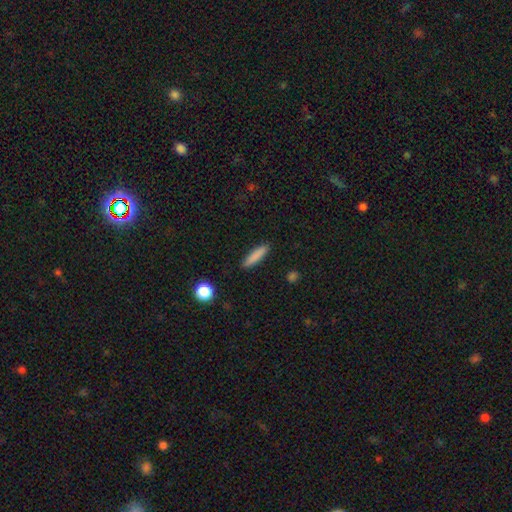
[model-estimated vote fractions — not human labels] Smooth or featured? smooth (84%)
How rounded? cigar-shaped (83%)
Merging? none (89%)